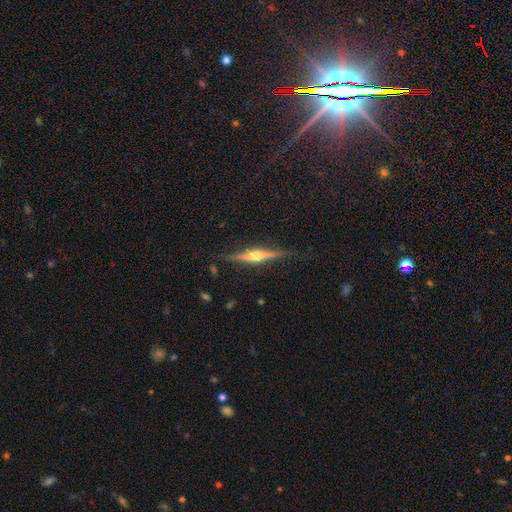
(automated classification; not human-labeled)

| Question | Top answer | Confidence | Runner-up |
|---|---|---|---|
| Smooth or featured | featured or disk | 74% | smooth (19%) |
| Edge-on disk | yes | 97% | no (3%) |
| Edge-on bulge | rounded | 85% | boxy (8%) |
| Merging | none | 84% | minor disturbance (12%) |